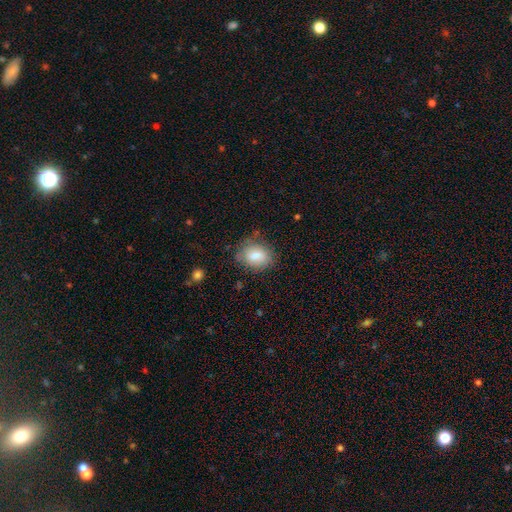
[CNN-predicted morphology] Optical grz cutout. It shows a smooth galaxy with no disk features (80%) that is in between round and cigar-shaped (64%). Merging: none (70%).